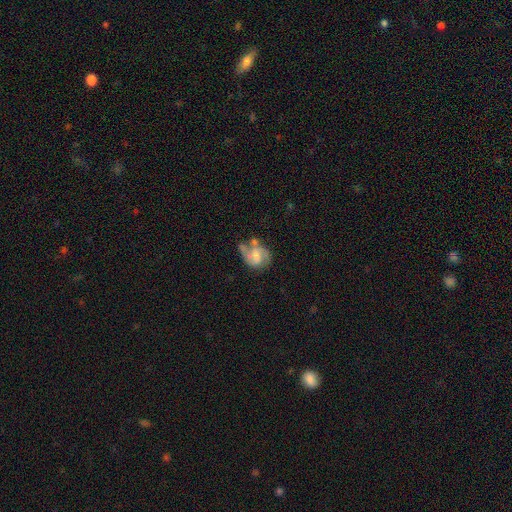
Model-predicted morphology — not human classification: This appears to be a featured or disk galaxy (66%) with a weak bar (48%), 2 (77%) medium (49%) spiral arms (85%) and a small central bulge (44%). Merging: none (39%).